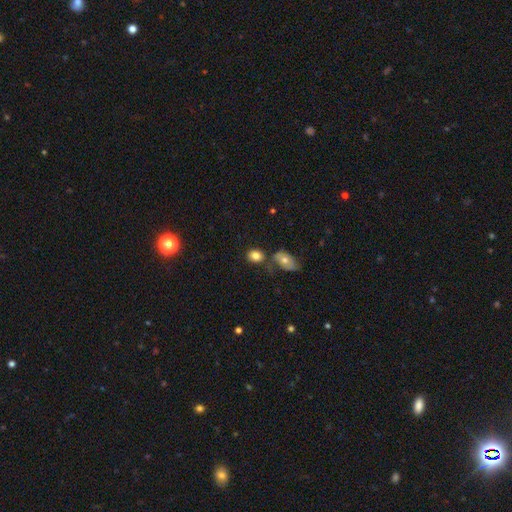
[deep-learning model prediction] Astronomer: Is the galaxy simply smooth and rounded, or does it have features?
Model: smooth — 81%.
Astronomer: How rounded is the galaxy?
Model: in between — 63%.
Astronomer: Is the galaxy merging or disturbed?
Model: none — 59%.